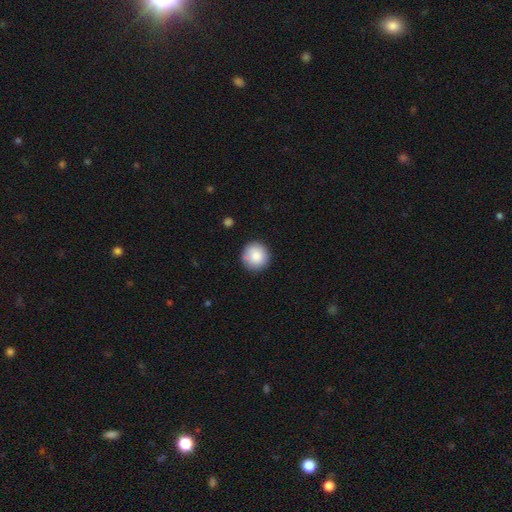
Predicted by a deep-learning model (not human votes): Q: Smooth or featured?
A: smooth (86%); runner-up: star or artifact (7%)
Q: How rounded?
A: round (94%); runner-up: in between (5%)
Q: Merging?
A: none (88%); runner-up: minor disturbance (8%)